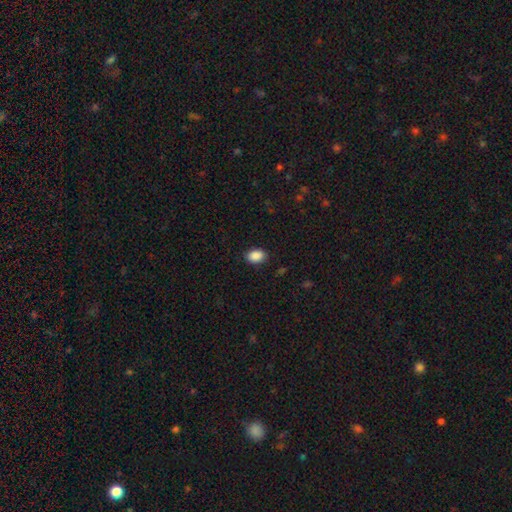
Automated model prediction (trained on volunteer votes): smooth 90%, star or artifact 8%, featured or disk 3%. Down the decision tree: how rounded — in between (82%); merging — none (88%).